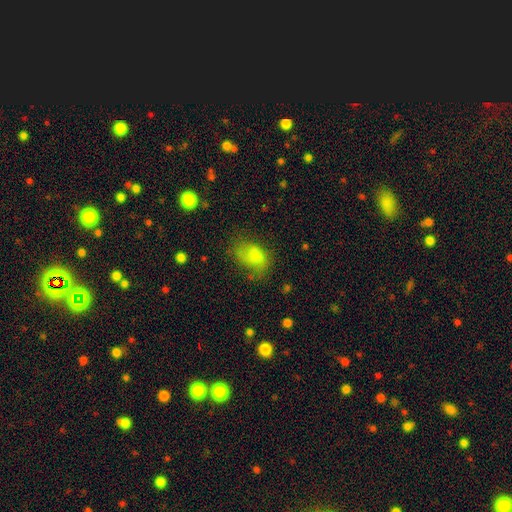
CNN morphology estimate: The model was most divided on "merging": none: 48%, minor disturbance: 28%, major disturbance: 21%, merger: 3%. More confident: how rounded — in between (81%); smooth or featured — smooth (74%).